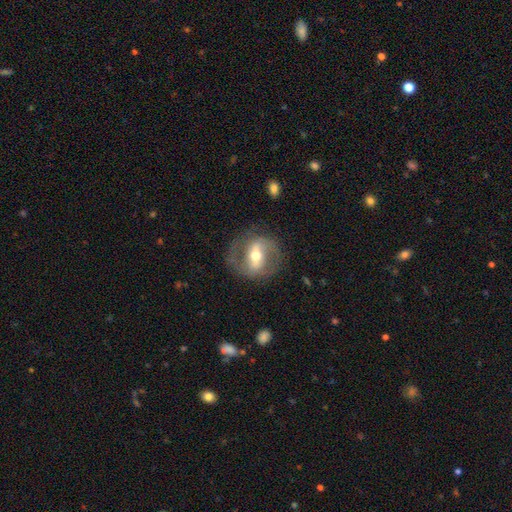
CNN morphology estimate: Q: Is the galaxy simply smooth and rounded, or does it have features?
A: featured or disk — 77%.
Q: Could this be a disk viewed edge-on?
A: no — 93%.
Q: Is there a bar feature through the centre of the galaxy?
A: strong — 55%.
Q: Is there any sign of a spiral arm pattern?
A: yes — 76%.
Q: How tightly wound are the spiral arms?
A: medium — 49%.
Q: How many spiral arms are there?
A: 2 — 84%.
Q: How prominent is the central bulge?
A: moderate — 69%.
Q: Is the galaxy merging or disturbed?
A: none — 75%.